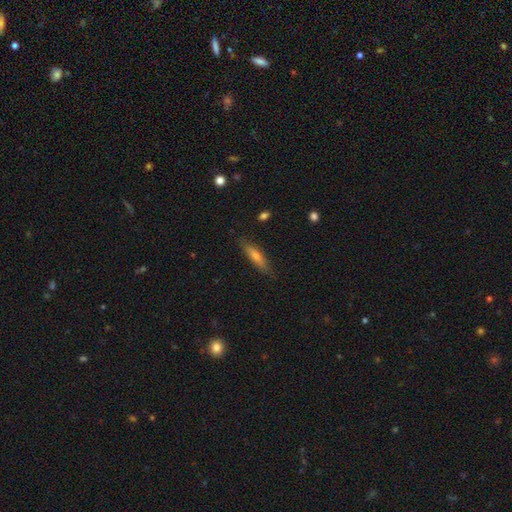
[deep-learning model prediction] This is likely a smooth galaxy (63%). How rounded: likely cigar-shaped (78%). Merging: clearly none (85%).